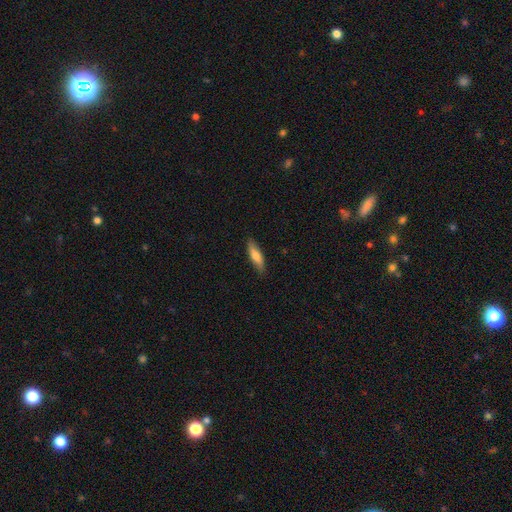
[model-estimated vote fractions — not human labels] smooth_or_featured: smooth (p=0.71) [alt: featured or disk p=0.23]
how_rounded: cigar-shaped (p=0.63) [alt: in between p=0.35]
merging: none (p=0.86) [alt: minor disturbance p=0.11]